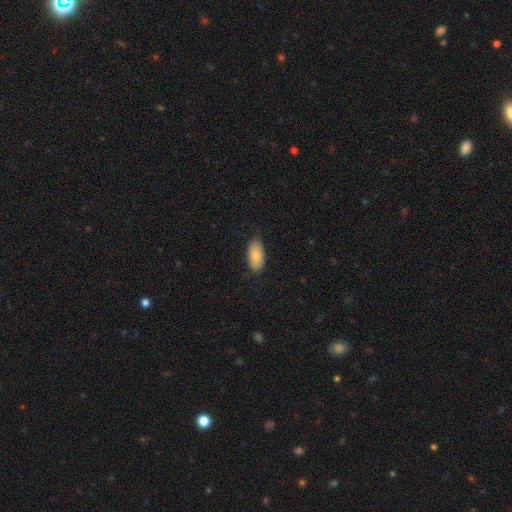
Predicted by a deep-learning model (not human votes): Smooth or featured: smooth — 81% (featured or disk — 13%)
How rounded: in between — 93% (cigar-shaped — 5%)
Merging: none — 84% (minor disturbance — 13%)